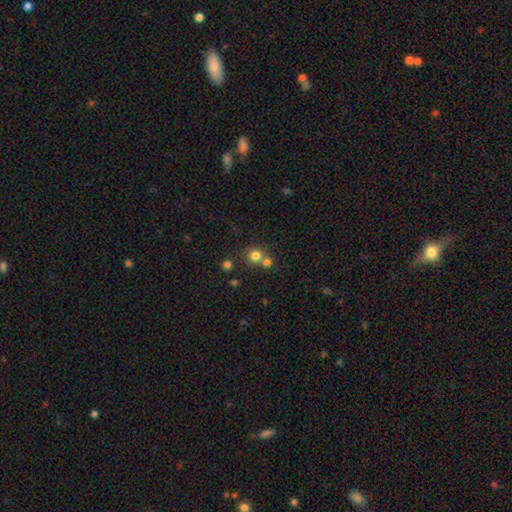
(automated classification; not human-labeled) This is likely a smooth galaxy (78%). How rounded: clearly round (91%). Merging: possibly none (58%).